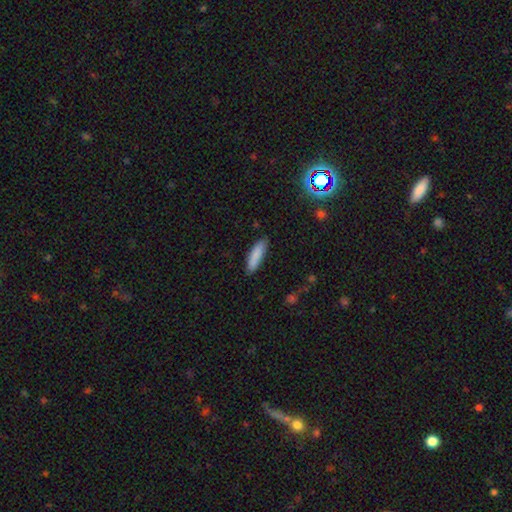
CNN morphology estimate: This is clearly a smooth galaxy (86%). How rounded: likely cigar-shaped (63%). Merging: clearly none (86%).